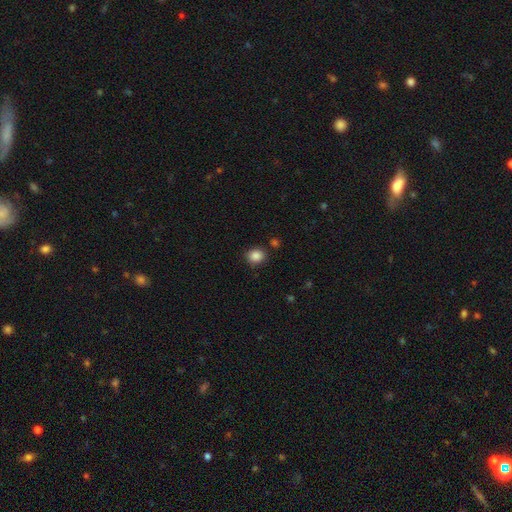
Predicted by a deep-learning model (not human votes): smooth-or-featured: smooth: 87% | star or artifact: 10% | featured or disk: 4%
  how-rounded: round: 69% | in between: 30% | cigar-shaped: 1%
  merging: none: 83% | minor disturbance: 10% | merger: 4% | major disturbance: 3%